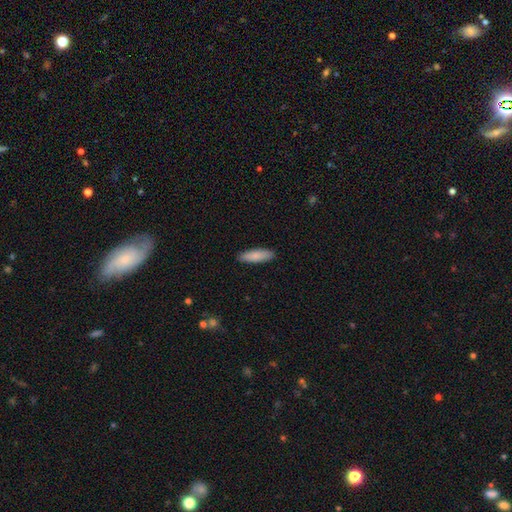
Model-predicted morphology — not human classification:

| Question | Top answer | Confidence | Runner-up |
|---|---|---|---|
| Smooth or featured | smooth | 86% | featured or disk (9%) |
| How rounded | cigar-shaped | 53% | in between (45%) |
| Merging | none | 89% | minor disturbance (8%) |